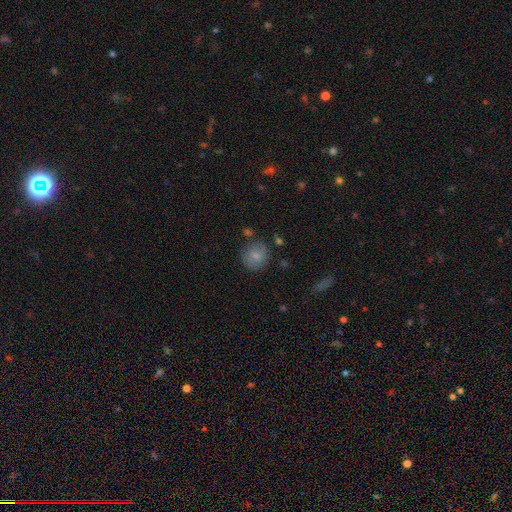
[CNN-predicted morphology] Smooth or featured: smooth — 78% (featured or disk — 14%)
How rounded: round — 86% (in between — 13%)
Merging: none — 79% (minor disturbance — 13%)